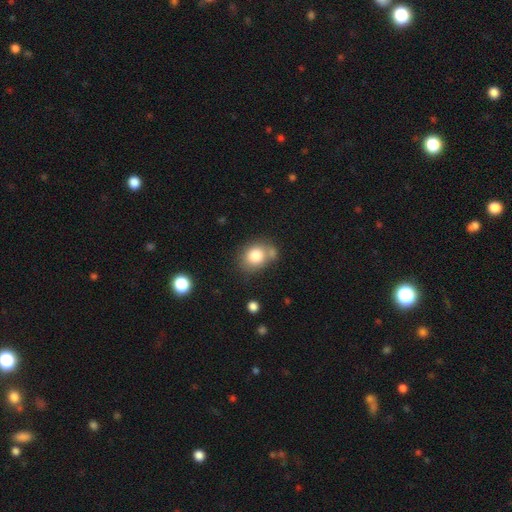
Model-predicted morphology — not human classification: The model was most divided on "how rounded": round: 59%, in between: 40%, cigar-shaped: 1%. More confident: smooth or featured — smooth (81%); merging — none (59%).